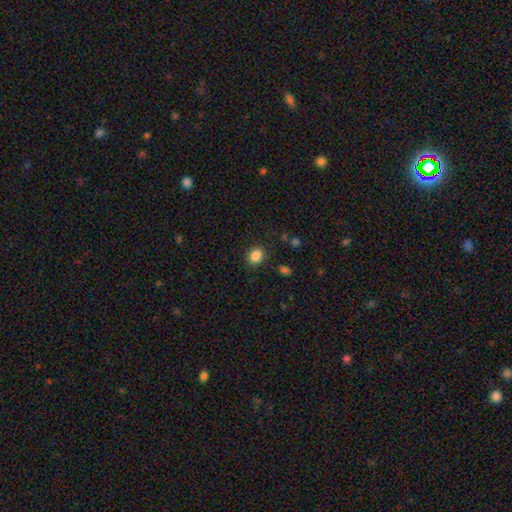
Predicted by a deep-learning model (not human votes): Smooth or featured: smooth — 86% (star or artifact — 10%)
How rounded: round — 62% (in between — 37%)
Merging: none — 86% (minor disturbance — 10%)